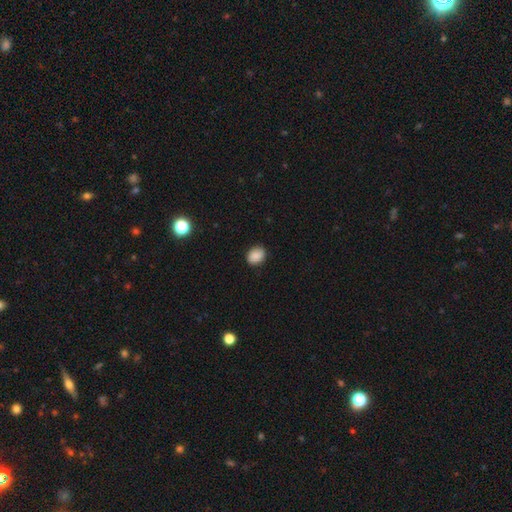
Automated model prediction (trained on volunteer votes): A smooth galaxy with no disk features (87%) that is in between round and cigar-shaped (57%).

Vote fractions:
- Smooth or featured? smooth: 87% / star or artifact: 9% / featured or disk: 4%
- How rounded? in between: 57% / round: 42% / cigar-shaped: 1%
- Merging? none: 86% / minor disturbance: 10% / major disturbance: 2% / merger: 1%